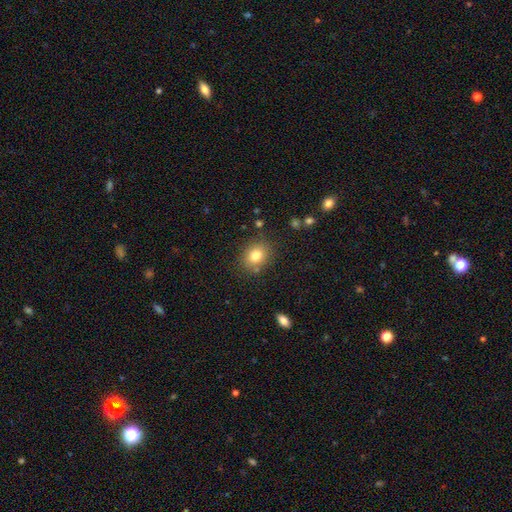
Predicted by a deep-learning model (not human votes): This appears to be a smooth galaxy with no disk features (80%) that is round (54%). Merging: none (82%).